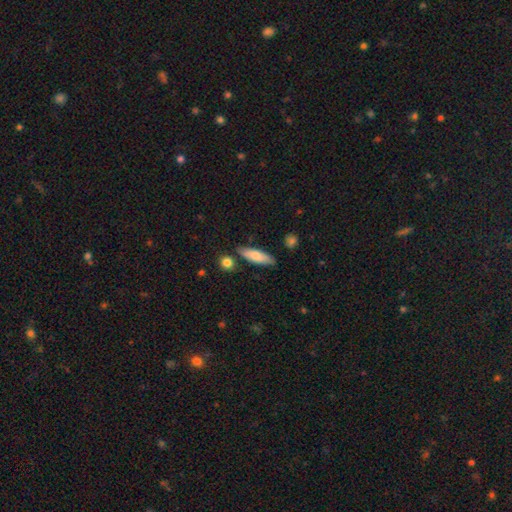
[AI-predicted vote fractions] smooth-or-featured: smooth: 76% | featured or disk: 18% | star or artifact: 6%
  how-rounded: cigar-shaped: 54% | in between: 44% | round: 2%
  merging: none: 80% | minor disturbance: 13% | merger: 5% | major disturbance: 3%